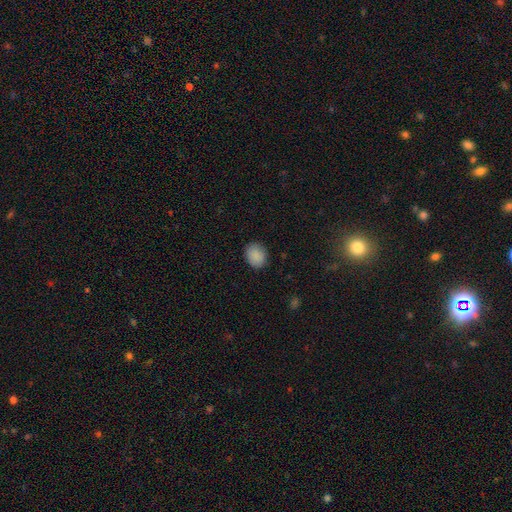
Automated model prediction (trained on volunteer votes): Q: Smooth or featured?
A: smooth (89%); runner-up: star or artifact (8%)
Q: How rounded?
A: round (50%); runner-up: in between (49%)
Q: Merging?
A: none (87%); runner-up: minor disturbance (9%)